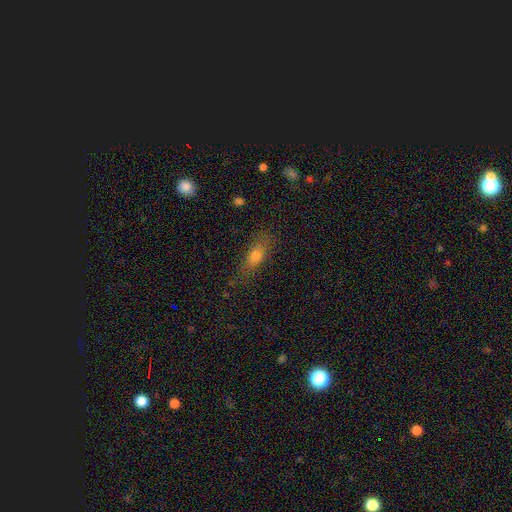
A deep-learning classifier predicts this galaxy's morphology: A smooth galaxy with no disk features (70%) that is in between round and cigar-shaped (64%).

Vote fractions:
- Smooth or featured? smooth: 70% / featured or disk: 18% / star or artifact: 11%
- How rounded? in between: 64% / cigar-shaped: 29% / round: 6%
- Merging? none: 77% / minor disturbance: 16% / major disturbance: 5% / merger: 2%